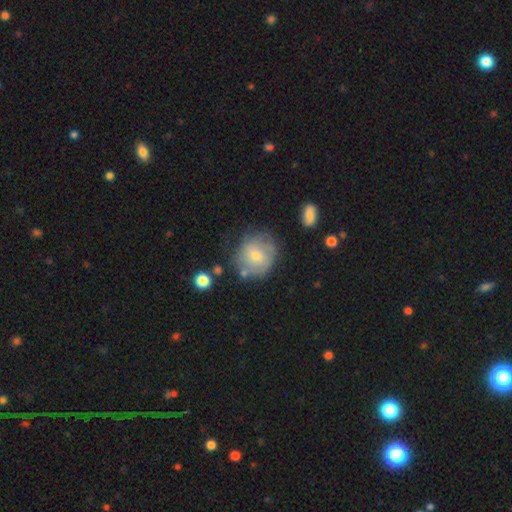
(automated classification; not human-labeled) Smooth or featured: smooth — 59% (featured or disk — 33%)
How rounded: round — 82% (in between — 17%)
Merging: none — 61% (minor disturbance — 24%)